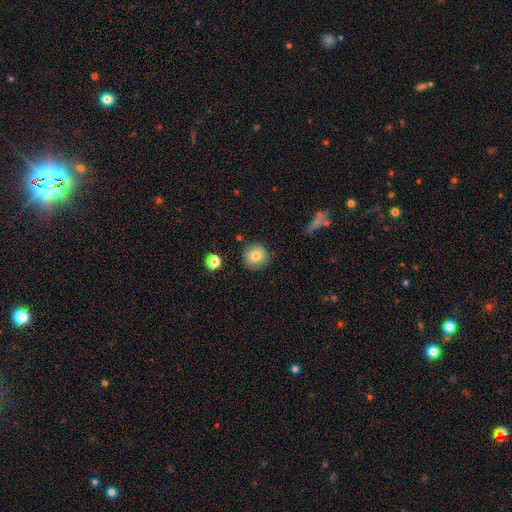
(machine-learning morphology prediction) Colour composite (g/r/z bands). It shows a smooth galaxy with no disk features (80%) that is round (94%). Merging: none (88%).